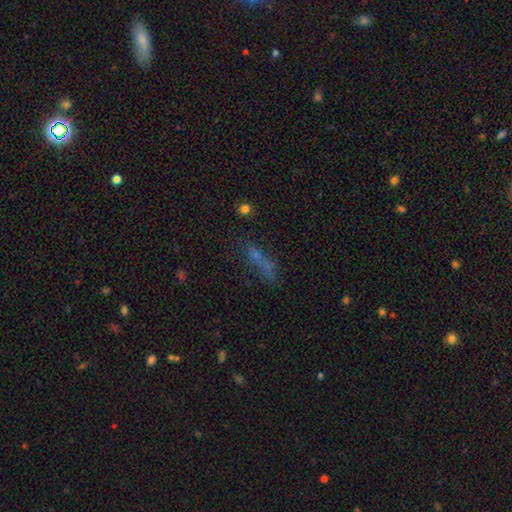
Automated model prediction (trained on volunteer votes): Smooth or featured? smooth (38%)
Merging? none (63%)